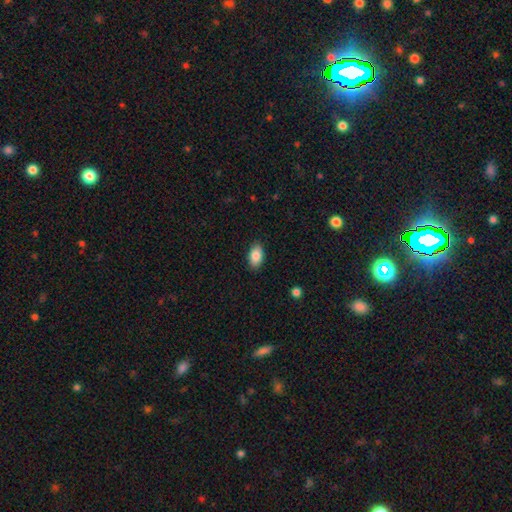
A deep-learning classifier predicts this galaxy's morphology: smooth-or-featured: smooth: 86% | star or artifact: 7% | featured or disk: 7%
  how-rounded: in between: 92% | round: 6% | cigar-shaped: 2%
  merging: none: 88% | minor disturbance: 9% | major disturbance: 2% | merger: 1%